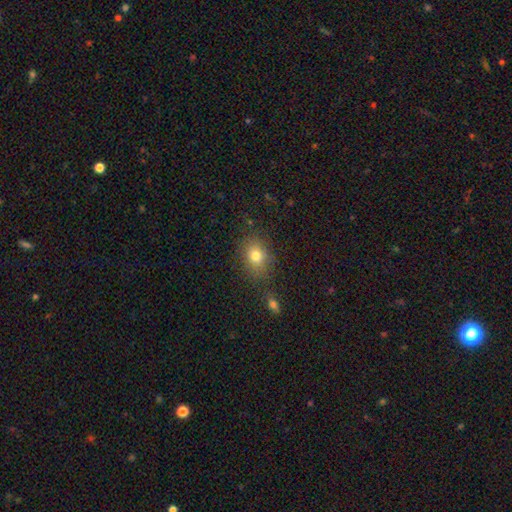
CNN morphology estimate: A smooth galaxy with no disk features (78%) that is in between round and cigar-shaped (55%).

Vote fractions:
- Smooth or featured? smooth: 78% / star or artifact: 12% / featured or disk: 10%
- How rounded? in between: 55% / round: 43% / cigar-shaped: 1%
- Merging? none: 78% / minor disturbance: 14% / major disturbance: 4% / merger: 4%